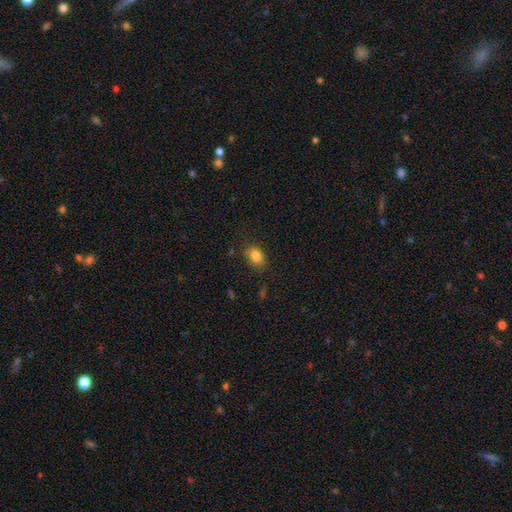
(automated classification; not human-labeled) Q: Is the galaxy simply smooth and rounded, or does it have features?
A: smooth — 84%.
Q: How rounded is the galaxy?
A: in between — 76%.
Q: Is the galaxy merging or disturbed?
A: none — 77%.